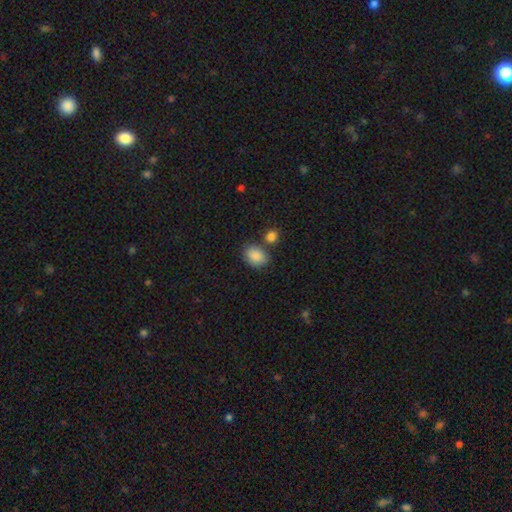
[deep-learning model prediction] Morphology: type=smooth (87%); roundness=in between (72%); merging=none (68%).